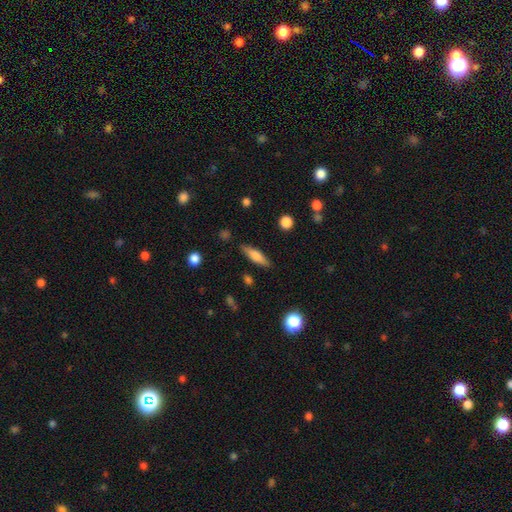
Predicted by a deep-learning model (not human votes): The model was most divided on "how rounded": cigar-shaped: 65%, in between: 33%, round: 2%. More confident: merging — none (85%); smooth or featured — smooth (63%).